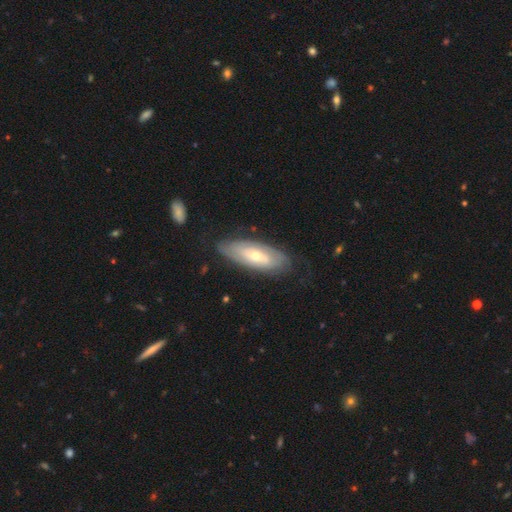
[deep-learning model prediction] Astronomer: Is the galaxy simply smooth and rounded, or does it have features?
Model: featured or disk — 61%.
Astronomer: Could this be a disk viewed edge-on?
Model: no — 80%.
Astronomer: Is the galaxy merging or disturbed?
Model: none — 74%.